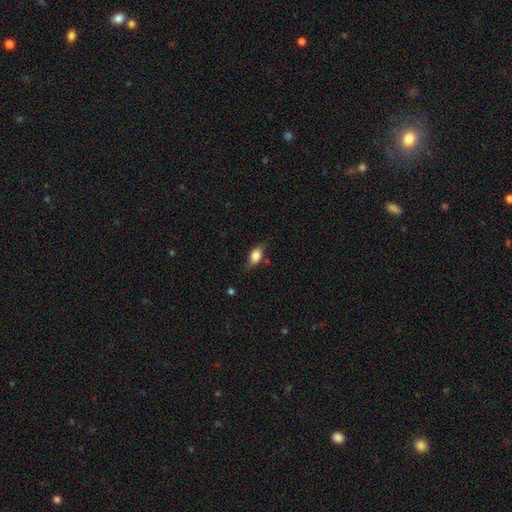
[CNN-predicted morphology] smooth 72%, featured or disk 20%, star or artifact 8%. Down the decision tree: how rounded — in between (80%); merging — none (65%).